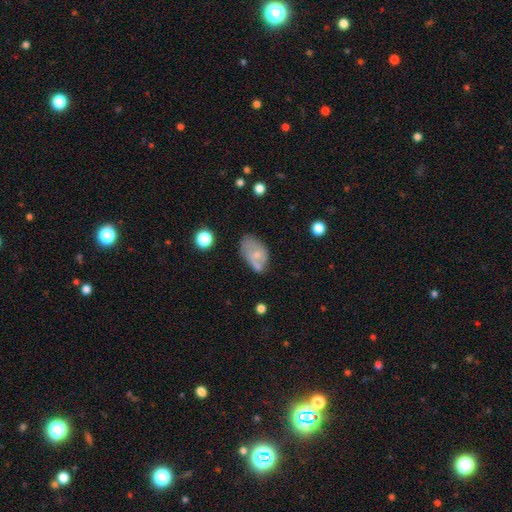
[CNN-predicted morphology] Smooth or featured: smooth — 54% (featured or disk — 37%)
How rounded: in between — 88% (round — 10%)
Merging: none — 38% (minor disturbance — 29%)